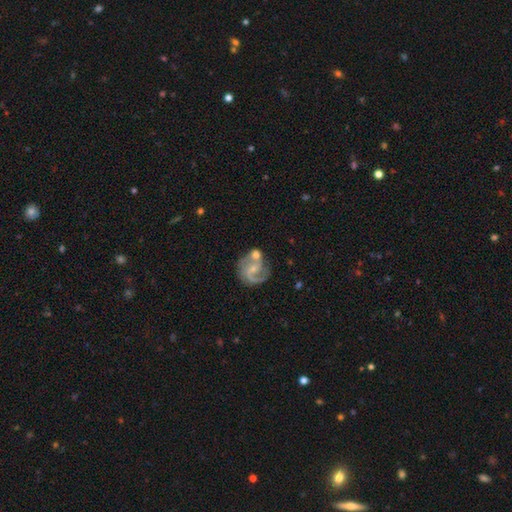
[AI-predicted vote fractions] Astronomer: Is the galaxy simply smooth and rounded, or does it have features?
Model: featured or disk — 81%.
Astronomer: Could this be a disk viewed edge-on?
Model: no — 98%.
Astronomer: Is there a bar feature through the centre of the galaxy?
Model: weak — 46% (runner-up: no, 41%).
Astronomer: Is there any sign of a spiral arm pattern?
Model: yes — 94%.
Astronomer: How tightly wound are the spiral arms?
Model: medium — 53%.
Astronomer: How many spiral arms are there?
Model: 2 — 76%.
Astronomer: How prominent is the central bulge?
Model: small — 65%.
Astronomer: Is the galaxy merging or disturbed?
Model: none — 48% (runner-up: merger, 24%).